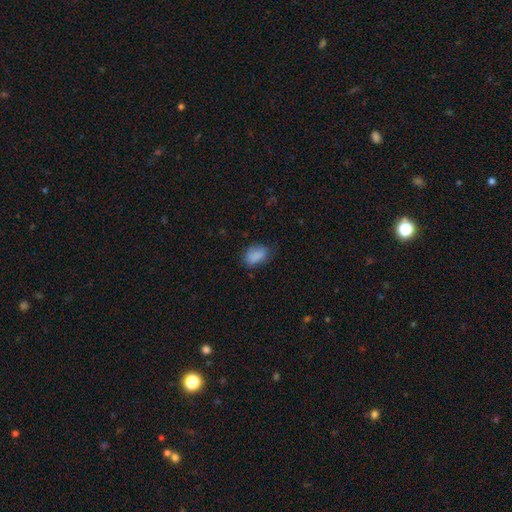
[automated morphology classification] A smooth galaxy with no disk features (86%) that is in between round and cigar-shaped (85%). Merging: none (66%).